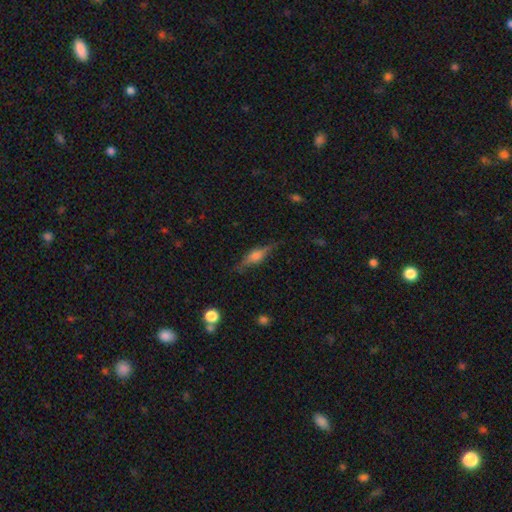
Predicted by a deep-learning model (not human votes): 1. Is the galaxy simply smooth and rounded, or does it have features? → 61% featured or disk, 31% smooth, 8% star or artifact.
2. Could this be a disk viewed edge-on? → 95% yes, 5% no.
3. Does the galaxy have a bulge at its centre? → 79% rounded, 17% boxy, 4% none.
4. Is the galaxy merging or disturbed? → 81% none, 14% minor disturbance, 4% major disturbance, 1% merger.